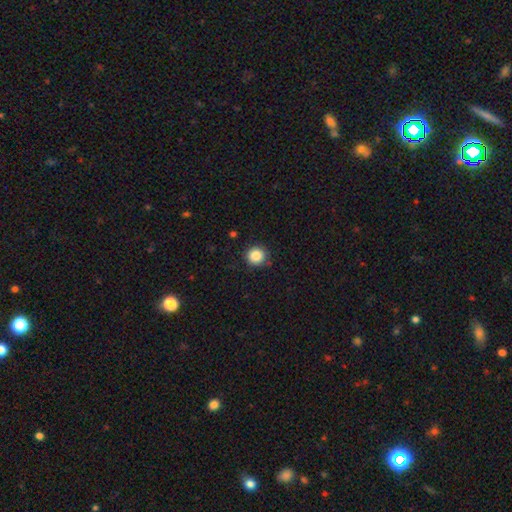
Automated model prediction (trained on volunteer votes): smooth-or-featured: smooth: 86% | star or artifact: 10% | featured or disk: 4%
  how-rounded: round: 93% | in between: 6% | cigar-shaped: 1%
  merging: none: 88% | minor disturbance: 9% | major disturbance: 2% | merger: 1%